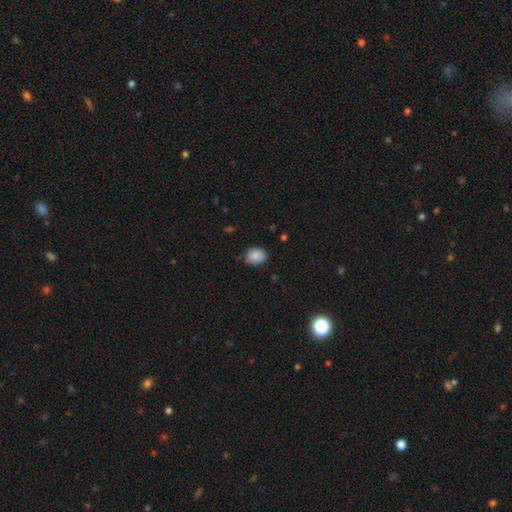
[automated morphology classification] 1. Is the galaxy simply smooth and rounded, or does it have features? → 88% smooth, 8% star or artifact, 4% featured or disk.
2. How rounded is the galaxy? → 54% round, 46% in between, 1% cigar-shaped.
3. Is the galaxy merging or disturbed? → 78% none, 18% minor disturbance, 3% major disturbance, 1% merger.